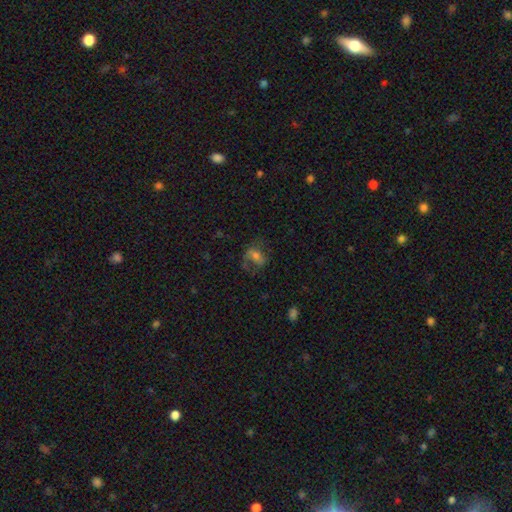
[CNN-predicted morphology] type=featured or disk (52%); edge-on=no (96%); bar=no (47%); spiral arms=yes (79%); bulge=moderate (50%); merging=none (52%).